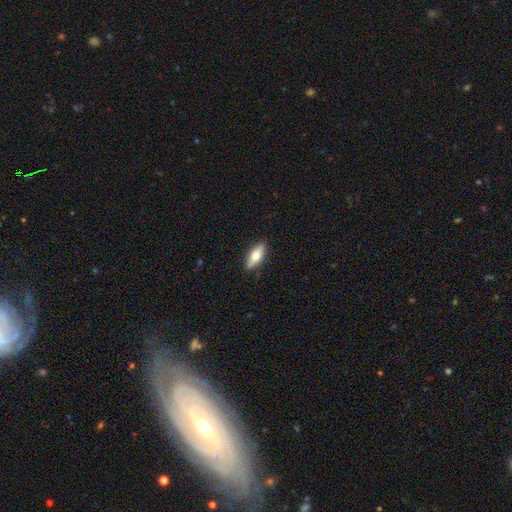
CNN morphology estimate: A smooth galaxy with no disk features (64%) that is in between round and cigar-shaped (69%). Merging: none (86%).